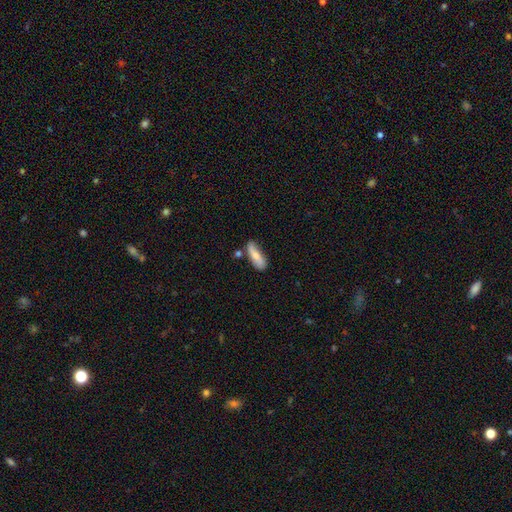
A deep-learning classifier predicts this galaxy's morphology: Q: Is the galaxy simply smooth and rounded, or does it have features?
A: smooth — 67%.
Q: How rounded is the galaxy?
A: in between — 55%.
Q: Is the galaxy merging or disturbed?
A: none — 58%.